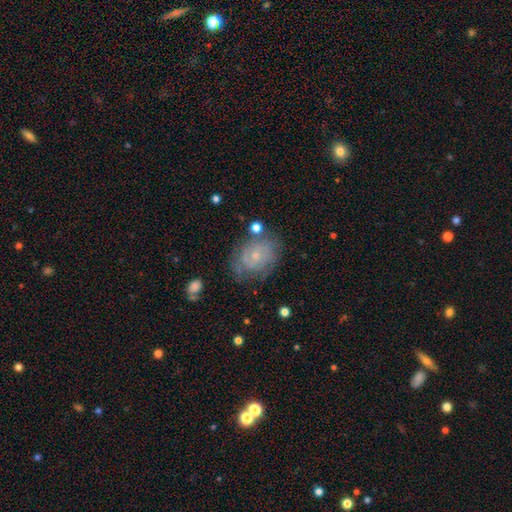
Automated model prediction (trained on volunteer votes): Morphology: type=featured or disk (53%); edge-on=no (97%); bar=no (80%); spiral arms=yes (66%); bulge=small (74%); merging=none (62%).